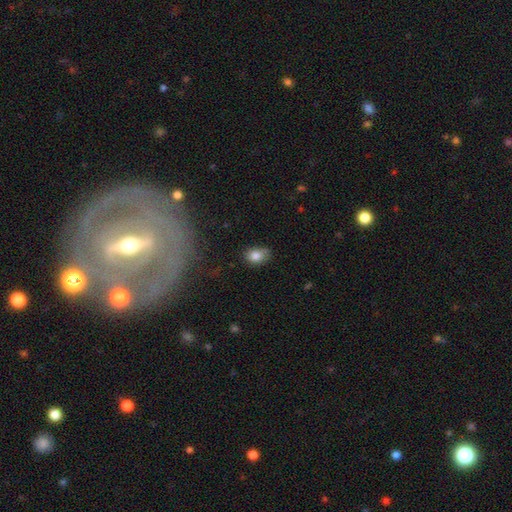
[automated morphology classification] This appears to be a smooth galaxy with no disk features (81%) that is in between round and cigar-shaped (72%). Merging: none (65%).